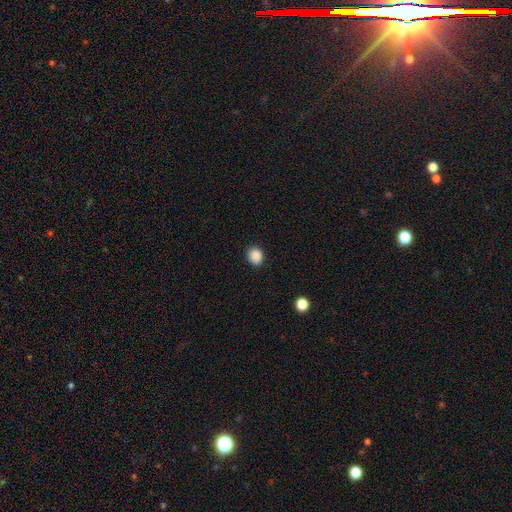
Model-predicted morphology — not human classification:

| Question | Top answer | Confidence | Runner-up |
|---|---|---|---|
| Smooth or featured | smooth | 88% | star or artifact (9%) |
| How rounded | round | 73% | in between (26%) |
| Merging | none | 90% | minor disturbance (7%) |